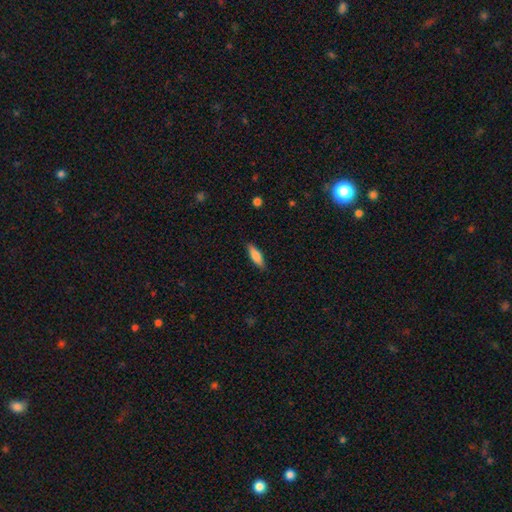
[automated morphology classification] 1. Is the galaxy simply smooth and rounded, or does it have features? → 76% smooth, 18% featured or disk, 6% star or artifact.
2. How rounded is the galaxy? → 54% cigar-shaped, 44% in between, 2% round.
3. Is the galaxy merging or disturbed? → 87% none, 10% minor disturbance, 2% major disturbance, 1% merger.